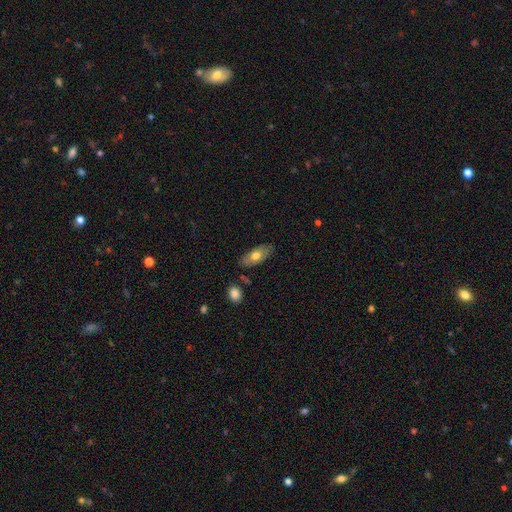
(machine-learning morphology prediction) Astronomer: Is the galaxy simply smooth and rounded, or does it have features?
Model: smooth — 62%.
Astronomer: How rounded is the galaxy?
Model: in between — 88%.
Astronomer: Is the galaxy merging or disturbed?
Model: none — 79%.